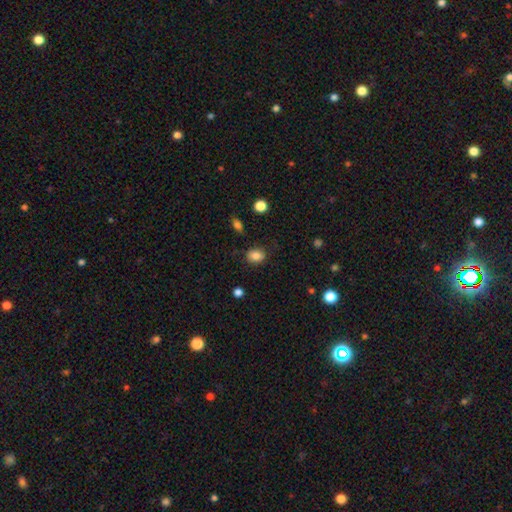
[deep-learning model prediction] smooth 84%, star or artifact 10%, featured or disk 6%. Down the decision tree: how rounded — round (51%); merging — none (81%).